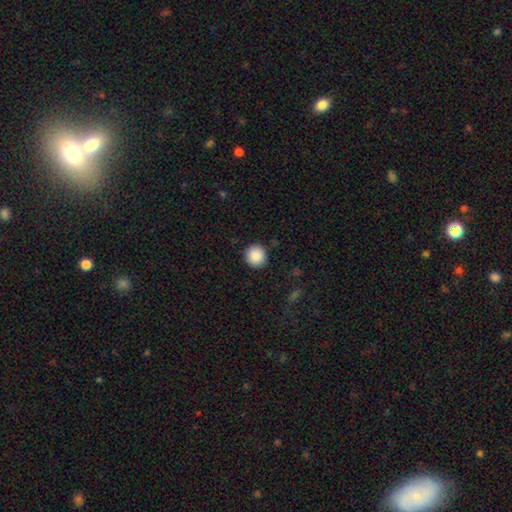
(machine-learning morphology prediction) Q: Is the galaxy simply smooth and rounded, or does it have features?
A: smooth — 89%.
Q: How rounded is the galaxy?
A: round — 91%.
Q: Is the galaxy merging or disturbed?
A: none — 90%.